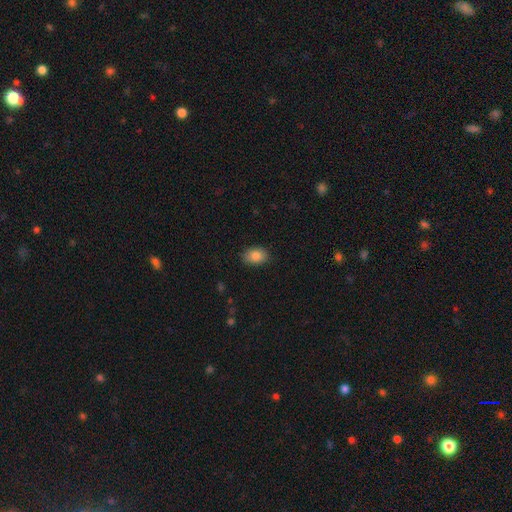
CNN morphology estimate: smooth_or_featured: smooth (p=0.86) [alt: star or artifact p=0.08]
how_rounded: in between (p=0.80) [alt: round p=0.19]
merging: none (p=0.86) [alt: minor disturbance p=0.11]